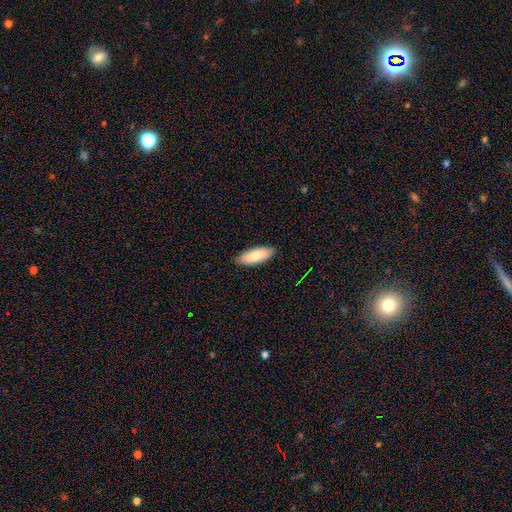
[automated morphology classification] The model was most divided on "how rounded": in between: 73%, cigar-shaped: 25%, round: 2%. More confident: merging — none (88%); smooth or featured — smooth (81%).